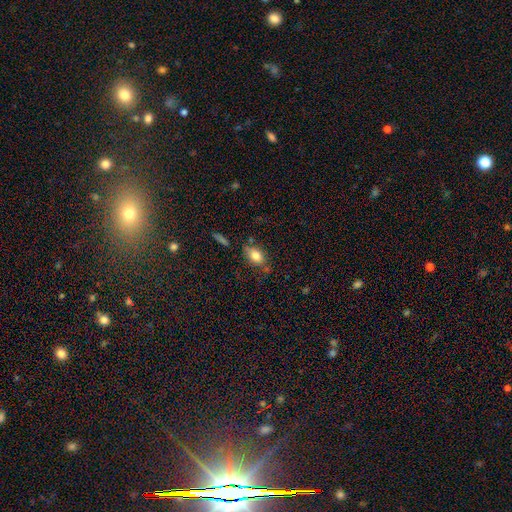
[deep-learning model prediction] This is likely a smooth galaxy (79%). How rounded: clearly in between (83%). Merging: likely none (67%).